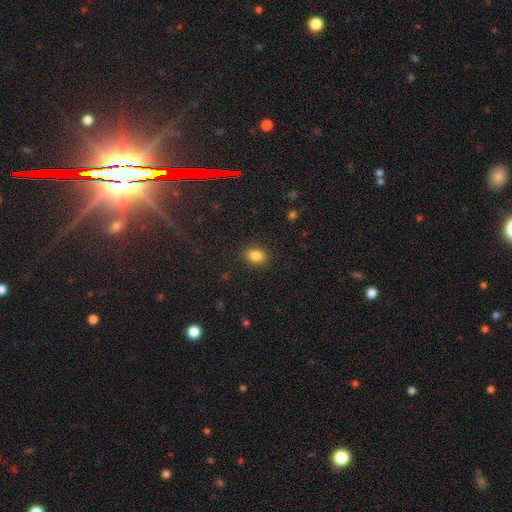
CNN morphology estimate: type=smooth (84%); roundness=in between (69%); merging=none (87%).